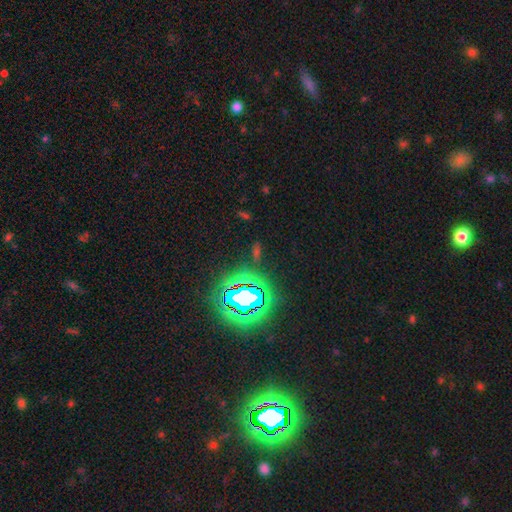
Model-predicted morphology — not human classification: This is likely a star or artifact rather than a galaxy (73%).